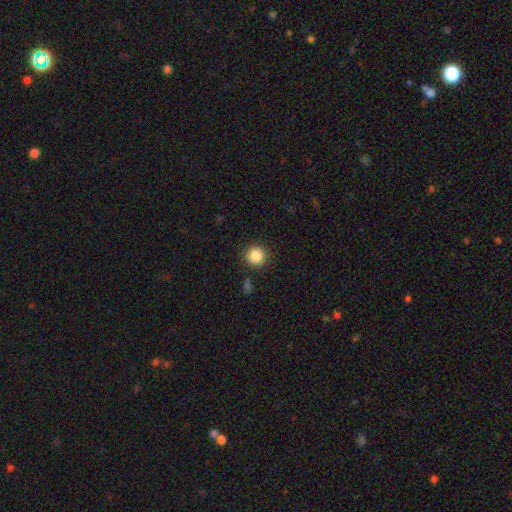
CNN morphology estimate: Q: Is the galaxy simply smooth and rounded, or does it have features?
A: smooth — 86%.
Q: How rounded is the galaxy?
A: round — 94%.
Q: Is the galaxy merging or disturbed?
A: none — 89%.